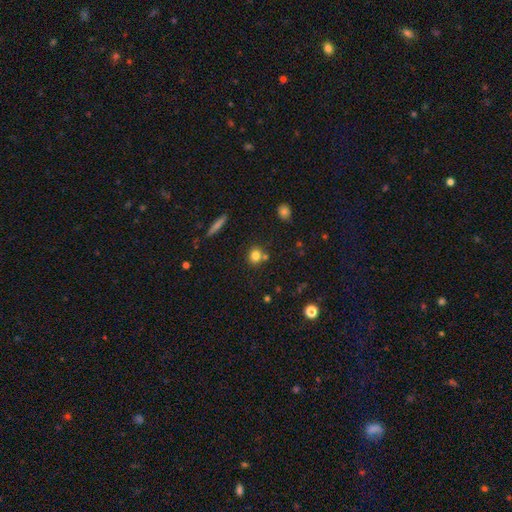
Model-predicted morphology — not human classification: smooth_or_featured: smooth (p=0.78) [alt: star or artifact p=0.13]
how_rounded: round (p=0.75) [alt: in between p=0.23]
merging: none (p=0.65) [alt: merger p=0.22]